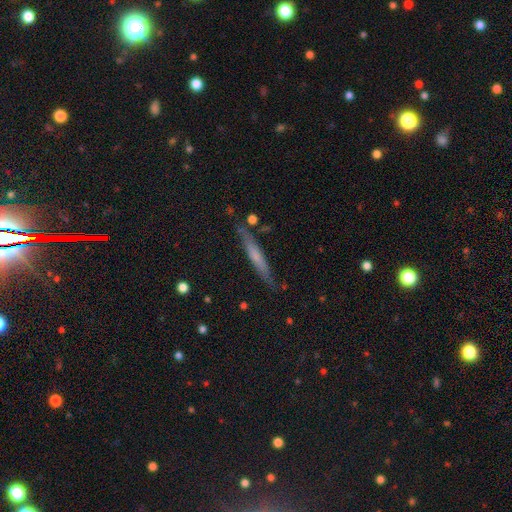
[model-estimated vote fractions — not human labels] Smooth or featured? smooth (48%)
Merging? none (81%)